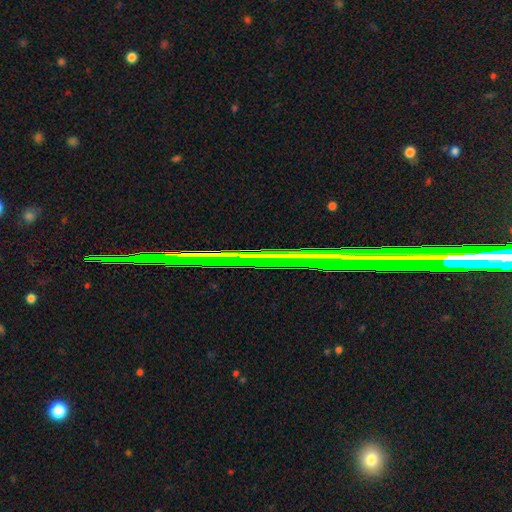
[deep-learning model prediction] Smooth or featured: star or artifact — 62% (featured or disk — 24%)